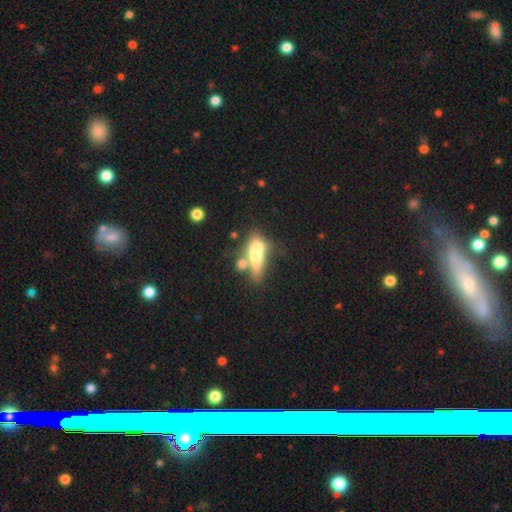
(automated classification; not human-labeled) Smooth or featured? Predicted: smooth (p=0.53). How rounded? Predicted: in between (p=0.58). Merging? Predicted: merger (p=0.50).